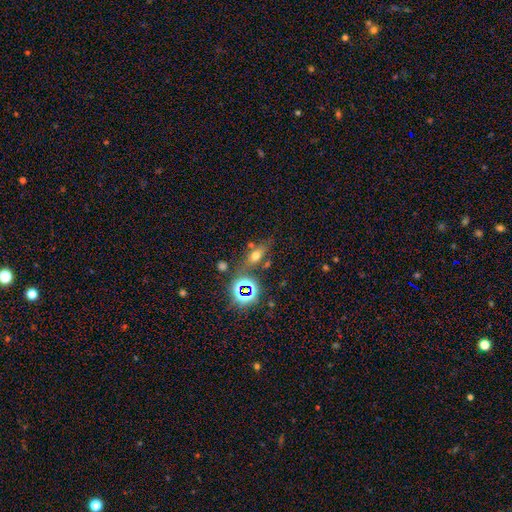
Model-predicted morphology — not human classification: A smooth galaxy with no disk features (55%) that is in between round and cigar-shaped (66%). Merging: none (65%).